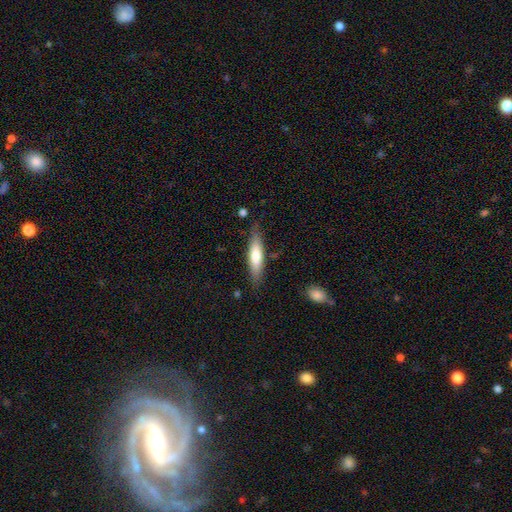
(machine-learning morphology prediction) smooth-or-featured: smooth: 66% | featured or disk: 28% | star or artifact: 5%
  how-rounded: cigar-shaped: 73% | in between: 26% | round: 1%
  merging: none: 80% | minor disturbance: 15% | major disturbance: 3% | merger: 2%